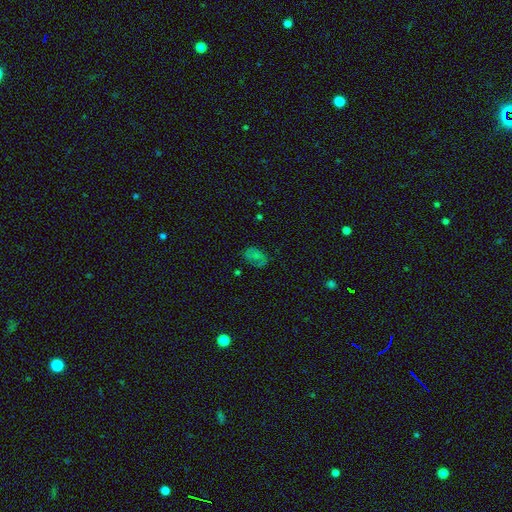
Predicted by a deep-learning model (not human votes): This appears to be a smooth galaxy with no disk features (59%) that is in between round and cigar-shaped (83%). Merging: none (58%).